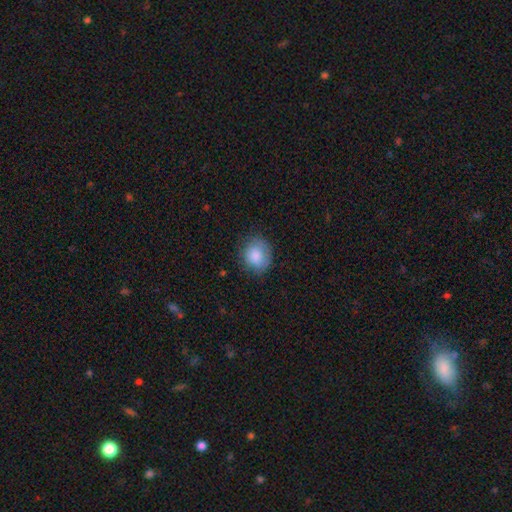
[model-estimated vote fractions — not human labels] Overall: smooth (82%). How rounded: round (77%). Merging: none (72%).